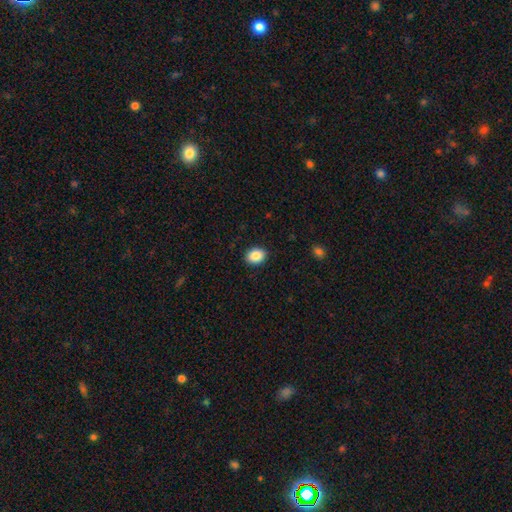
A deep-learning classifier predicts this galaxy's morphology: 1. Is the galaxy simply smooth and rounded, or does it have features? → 87% smooth, 8% star or artifact, 5% featured or disk.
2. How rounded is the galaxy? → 61% in between, 38% round, 1% cigar-shaped.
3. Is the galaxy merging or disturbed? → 91% none, 7% minor disturbance, 2% major disturbance, 1% merger.